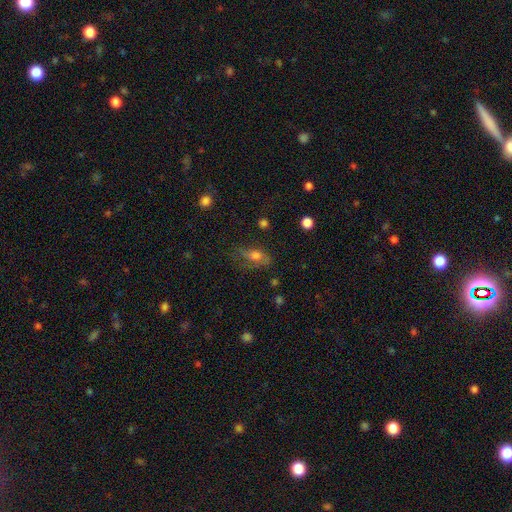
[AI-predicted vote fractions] Smooth or featured? smooth (57%)
How rounded? in between (77%)
Merging? none (47%)